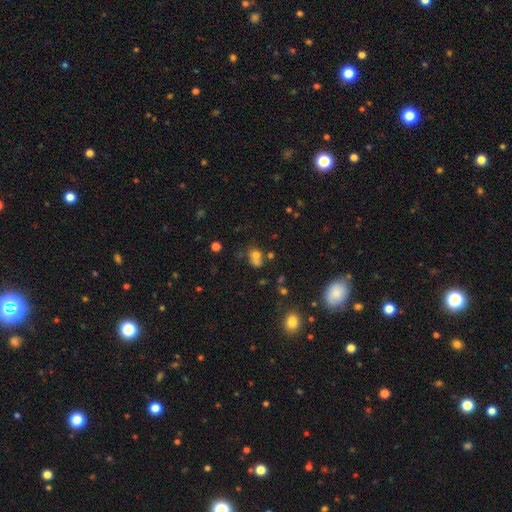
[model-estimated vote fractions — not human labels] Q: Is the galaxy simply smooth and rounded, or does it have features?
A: smooth — 63%.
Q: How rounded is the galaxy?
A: round — 59%.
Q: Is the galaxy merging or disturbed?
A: merger — 44%.